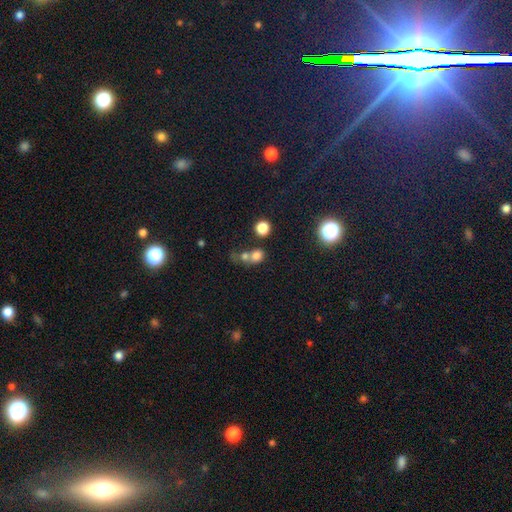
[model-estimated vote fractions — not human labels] This is likely a smooth galaxy (71%). How rounded: likely round (72%). Merging: possibly merger (49%).